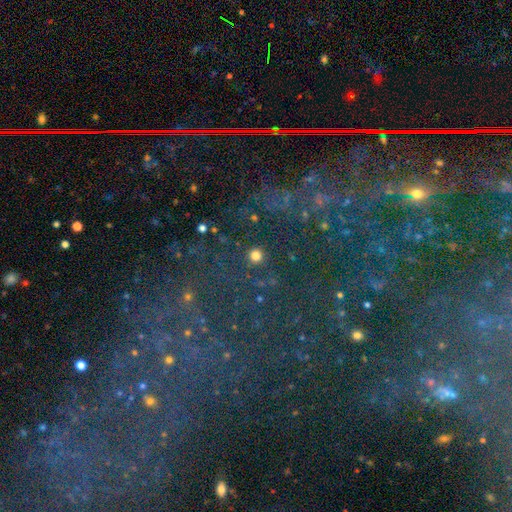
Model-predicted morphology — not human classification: A smooth galaxy with no disk features (71%) that is round (94%). Merging: none (86%).